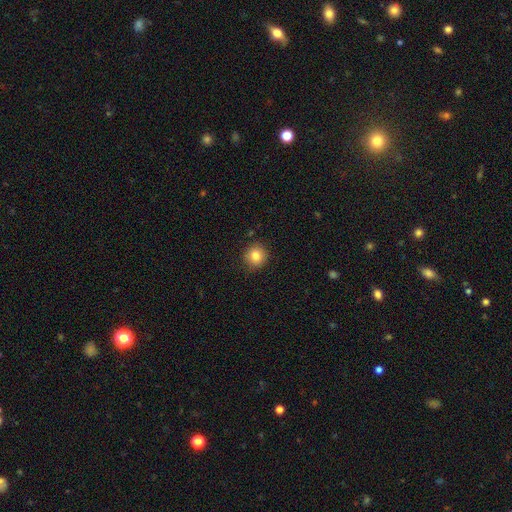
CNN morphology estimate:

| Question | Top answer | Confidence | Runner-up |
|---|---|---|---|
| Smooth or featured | smooth | 82% | star or artifact (10%) |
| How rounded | round | 91% | in between (8%) |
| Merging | none | 88% | minor disturbance (8%) |